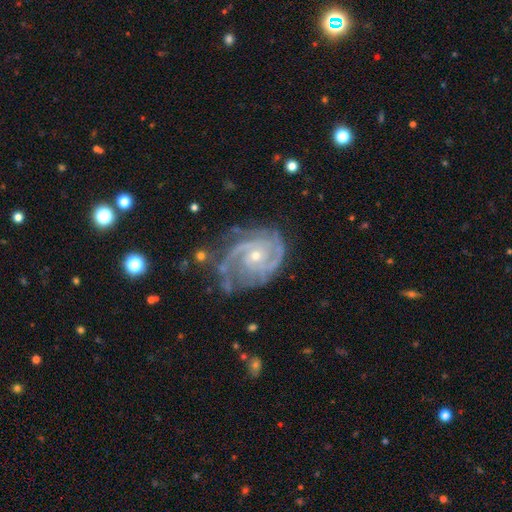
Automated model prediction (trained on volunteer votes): Smooth or featured? Predicted: featured or disk (p=0.90). Edge-on disk? Predicted: no (p=0.98). Bar? Predicted: no (p=0.71). Spiral arms? Predicted: yes (p=0.97). Spiral winding? Predicted: tight (p=0.59). Spiral arm count? Predicted: 2 (p=0.33). Bulge size? Predicted: small (p=0.66). Merging? Predicted: none (p=0.57).